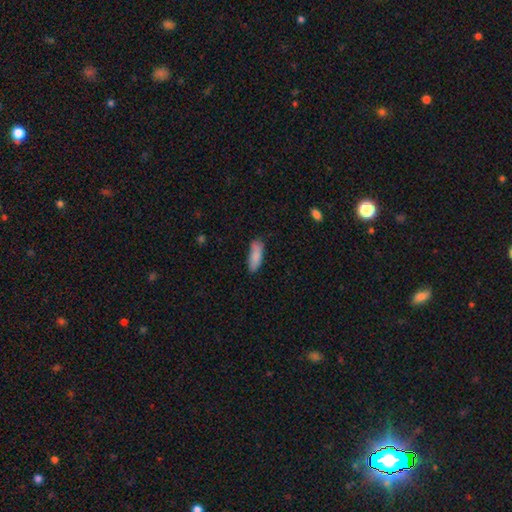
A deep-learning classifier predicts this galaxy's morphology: Smooth or featured? smooth (86%)
How rounded? in between (61%)
Merging? none (75%)